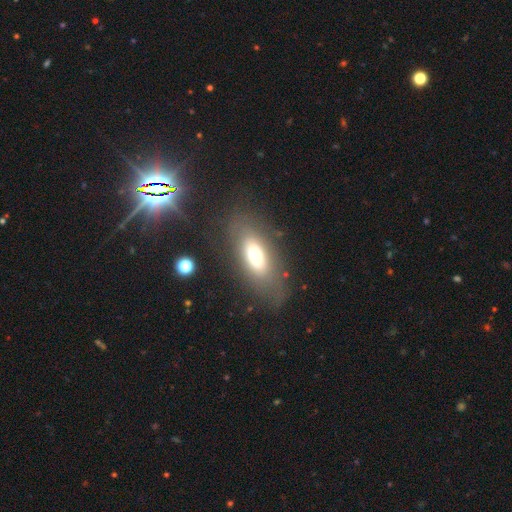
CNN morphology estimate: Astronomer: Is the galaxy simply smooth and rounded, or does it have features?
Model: smooth — 61%.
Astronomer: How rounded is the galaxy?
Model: in between — 84%.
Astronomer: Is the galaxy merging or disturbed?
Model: none — 74%.